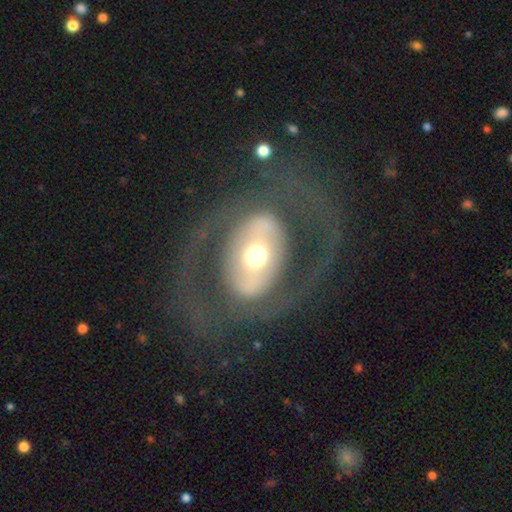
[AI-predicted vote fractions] Overall: featured or disk (66%; smooth 27%). Edge-on disk: no (92%). Bar: no (50%; strong 28%). Spiral arms: no (66%; yes 34%). Bulge size: moderate (64%). Merging: none (69%).